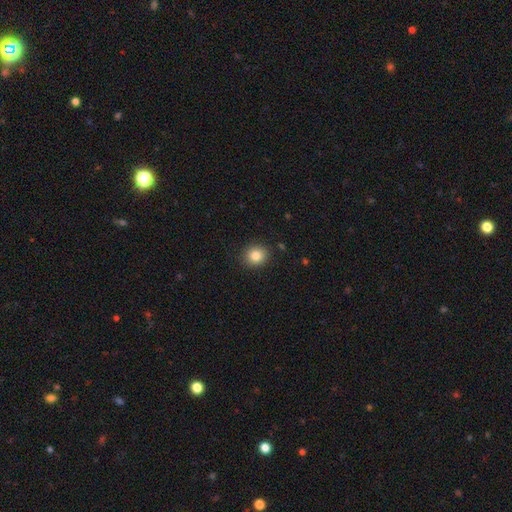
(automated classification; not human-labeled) smooth 84%, star or artifact 10%, featured or disk 6%. Down the decision tree: how rounded — round (83%); merging — none (89%).